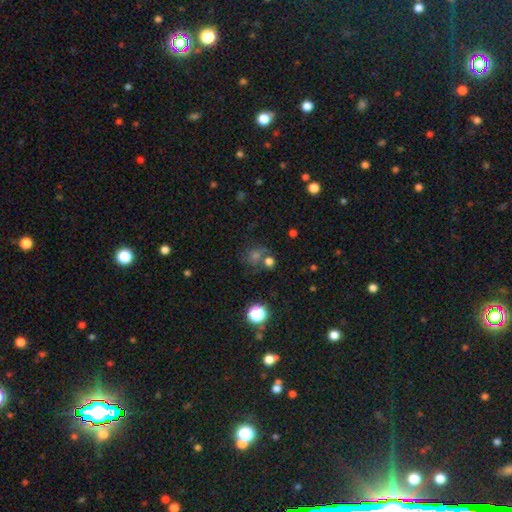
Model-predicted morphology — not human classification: smooth-or-featured: smooth: 43% | star or artifact: 40% | featured or disk: 16%
  merging: none: 60% | merger: 19% | minor disturbance: 13% | major disturbance: 8%